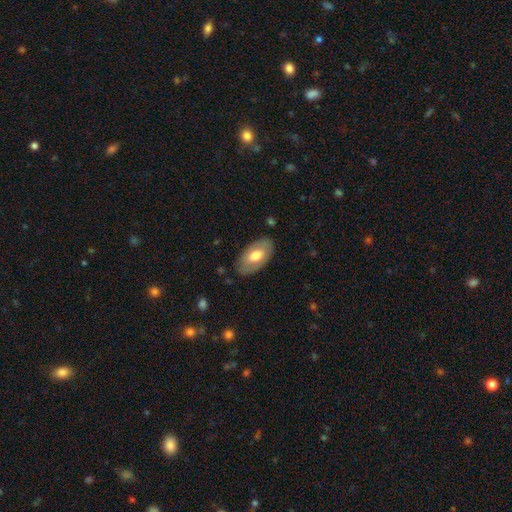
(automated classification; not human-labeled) Smooth or featured: smooth — 63% (featured or disk — 32%)
How rounded: in between — 94% (round — 4%)
Merging: none — 81% (minor disturbance — 14%)